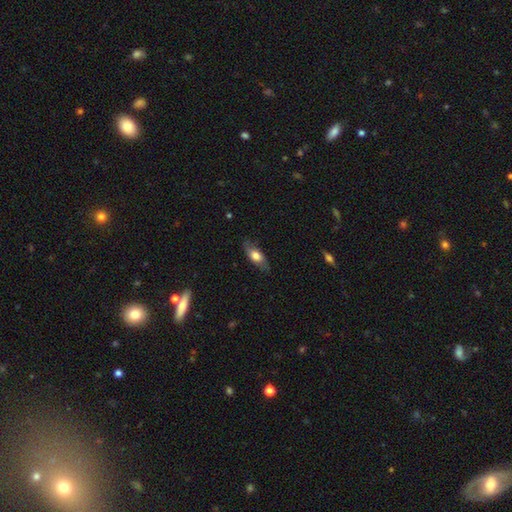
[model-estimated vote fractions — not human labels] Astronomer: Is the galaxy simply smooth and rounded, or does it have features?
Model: smooth — 62%.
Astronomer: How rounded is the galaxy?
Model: in between — 75%.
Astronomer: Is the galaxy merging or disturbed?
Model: none — 77%.